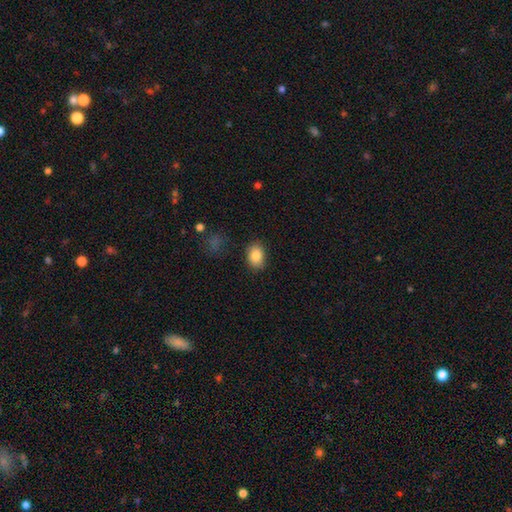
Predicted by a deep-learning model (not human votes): The model was most divided on "how rounded": in between: 76%, round: 23%, cigar-shaped: 1%. More confident: smooth or featured — smooth (86%); merging — none (84%).